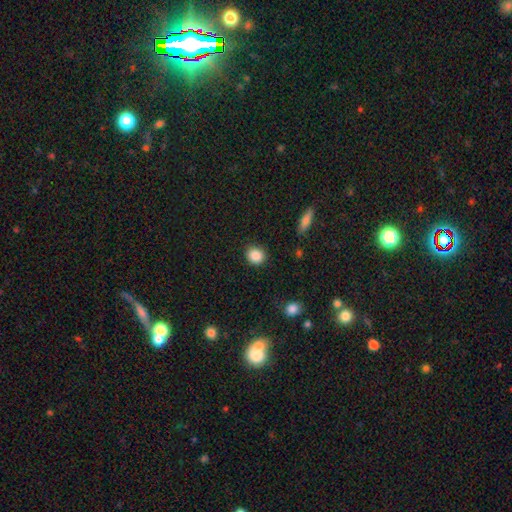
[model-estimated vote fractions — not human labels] This appears to be a smooth galaxy with no disk features (87%) that is round (79%). Merging: none (89%).